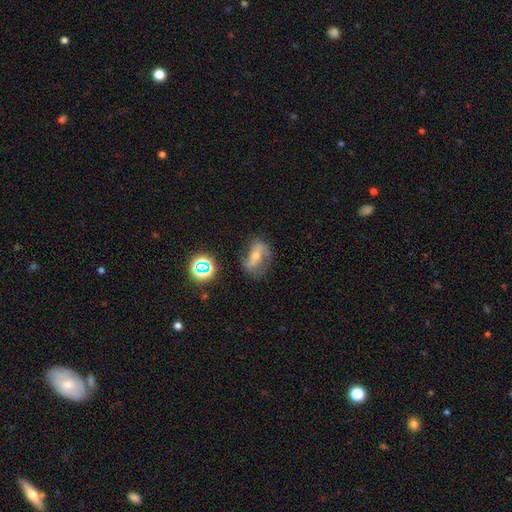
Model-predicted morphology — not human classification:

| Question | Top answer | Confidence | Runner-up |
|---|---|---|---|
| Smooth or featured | featured or disk | 60% | smooth (26%) |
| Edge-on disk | no | 92% | yes (8%) |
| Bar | strong | 38% | no (34%) |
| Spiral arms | yes | 79% | no (21%) |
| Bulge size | small | 48% | moderate (45%) |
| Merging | none | 58% | minor disturbance (24%) |